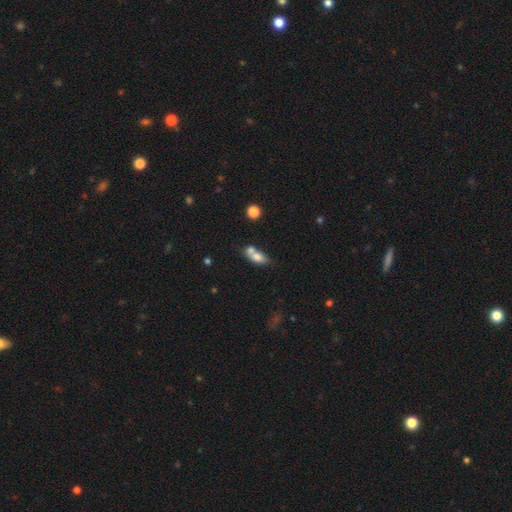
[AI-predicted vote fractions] Smooth or featured? Predicted: smooth (p=0.72). How rounded? Predicted: in between (p=0.77). Merging? Predicted: merger (p=0.56).